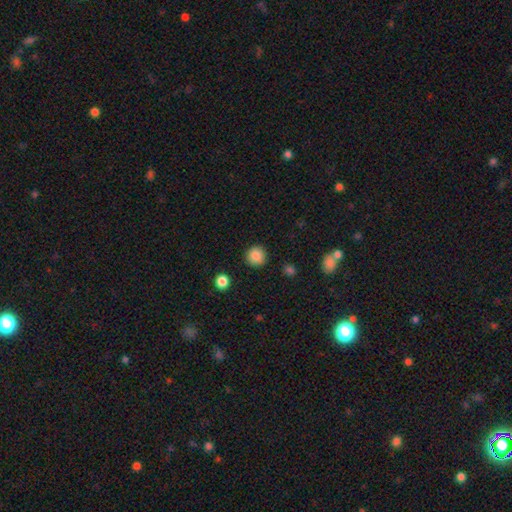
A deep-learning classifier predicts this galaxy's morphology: Smooth or featured? smooth (86%)
How rounded? round (94%)
Merging? none (91%)